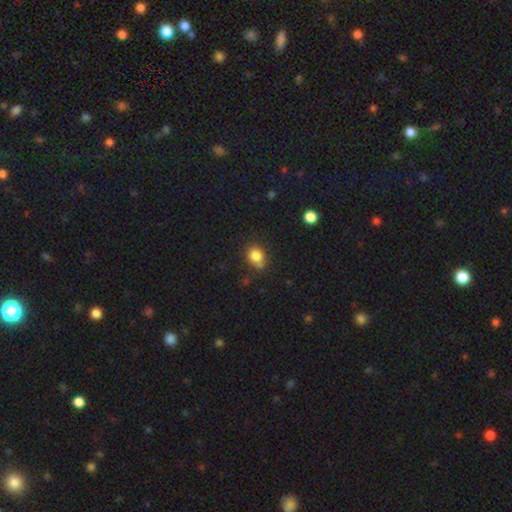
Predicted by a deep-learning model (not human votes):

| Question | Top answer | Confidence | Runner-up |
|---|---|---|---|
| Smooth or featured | smooth | 82% | star or artifact (12%) |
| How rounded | round | 71% | in between (28%) |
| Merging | none | 64% | minor disturbance (20%) |